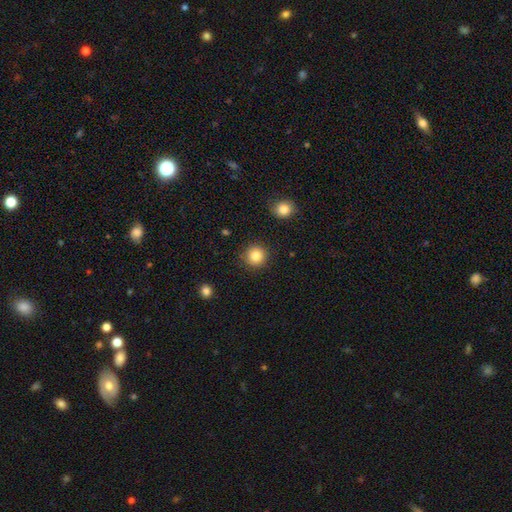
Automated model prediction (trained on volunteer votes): The model was most divided on "smooth or featured": smooth: 84%, star or artifact: 10%, featured or disk: 6%. More confident: how rounded — round (94%); merging — none (90%).